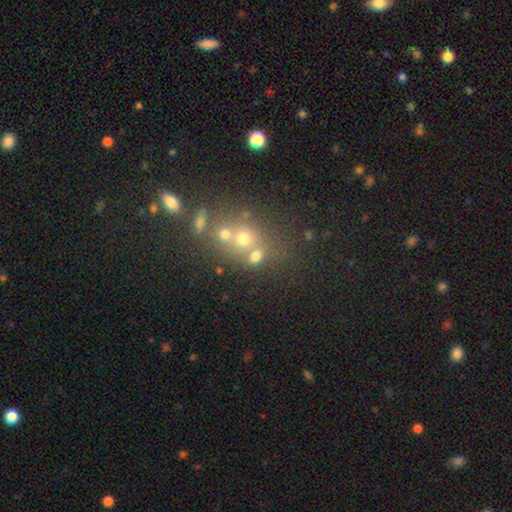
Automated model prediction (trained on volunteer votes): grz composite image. It shows a smooth galaxy with no disk features (62%) that is round (65%). Merging: none (47%).